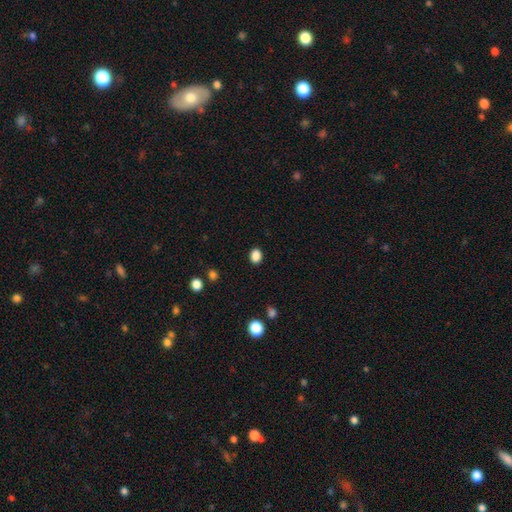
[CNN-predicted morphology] Smooth or featured? smooth (87%)
How rounded? in between (57%)
Merging? none (89%)